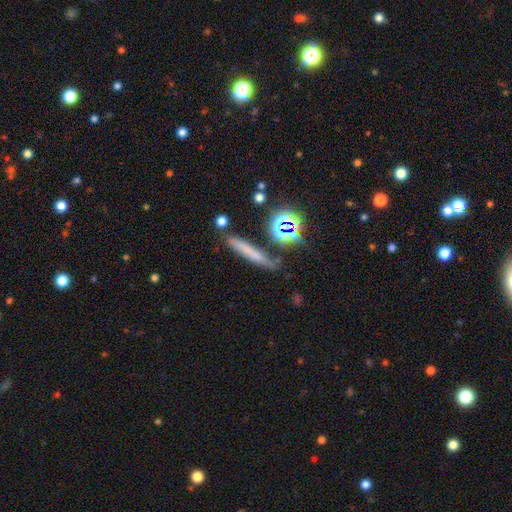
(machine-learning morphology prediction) This is likely a smooth galaxy (61%). How rounded: clearly cigar-shaped (88%). Merging: likely none (78%).